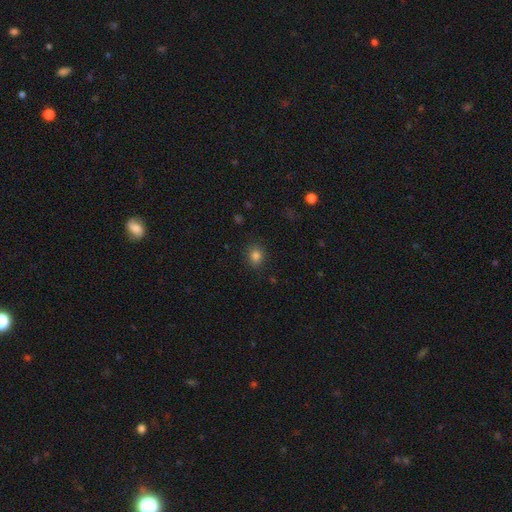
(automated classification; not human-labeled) A smooth galaxy with no disk features (82%) that is round (64%). Merging: none (87%).